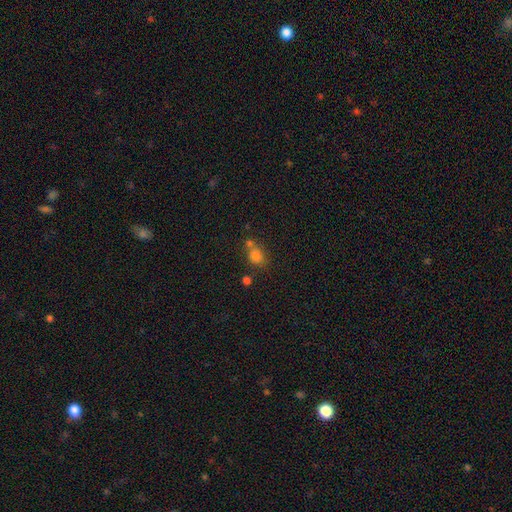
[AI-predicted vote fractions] Smooth or featured: smooth — 78% (star or artifact — 14%)
How rounded: round — 61% (in between — 38%)
Merging: none — 52% (merger — 30%)